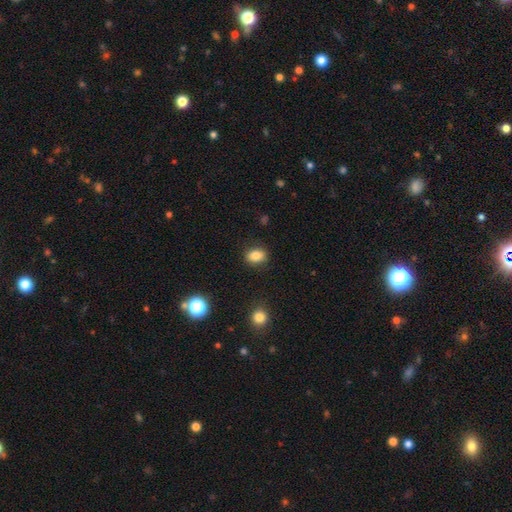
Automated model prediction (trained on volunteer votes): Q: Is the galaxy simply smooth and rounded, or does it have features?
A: smooth — 83%.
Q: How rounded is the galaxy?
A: in between — 62%.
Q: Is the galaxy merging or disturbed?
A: none — 87%.